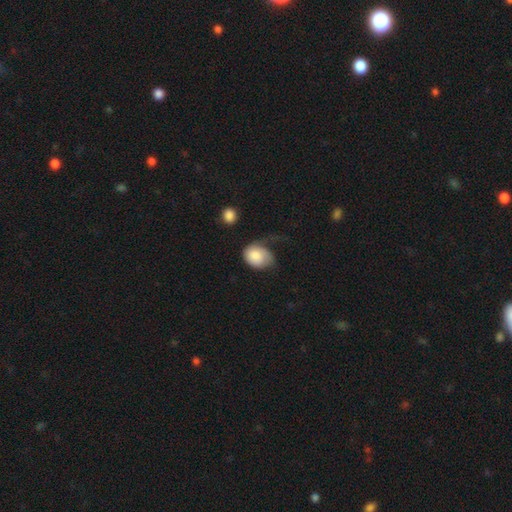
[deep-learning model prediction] A smooth galaxy with no disk features (77%) that is in between round and cigar-shaped (54%). Merging: major disturbance (40%).